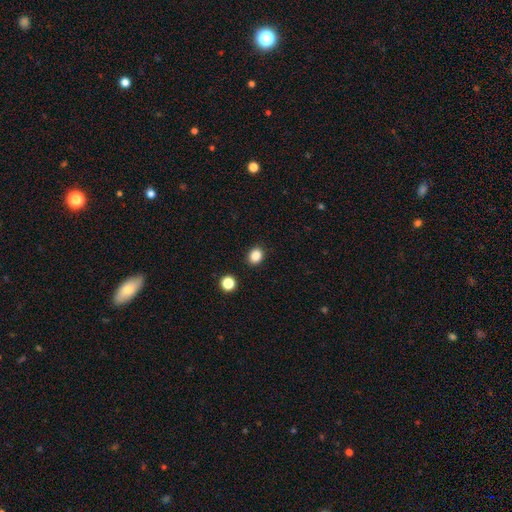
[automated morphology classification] A smooth galaxy with no disk features (86%) that is round (56%).

Vote fractions:
- Smooth or featured? smooth: 86% / star or artifact: 11% / featured or disk: 3%
- How rounded? round: 56% / in between: 43% / cigar-shaped: 1%
- Merging? none: 89% / minor disturbance: 7% / major disturbance: 2% / merger: 2%